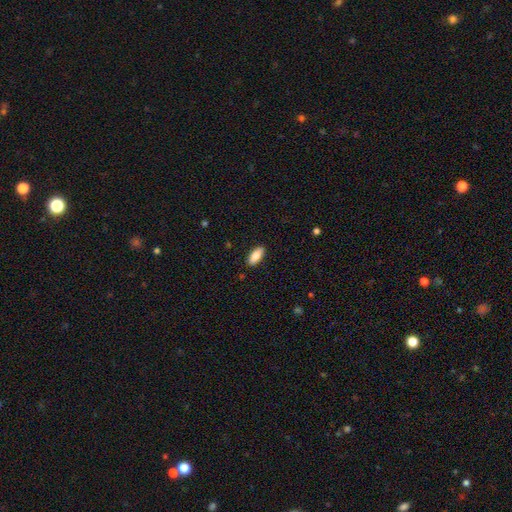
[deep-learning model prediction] Smooth or featured? Predicted: smooth (p=0.82). How rounded? Predicted: in between (p=0.85). Merging? Predicted: none (p=0.89).